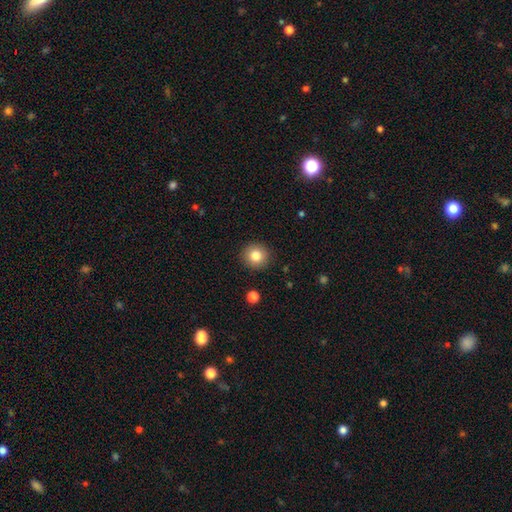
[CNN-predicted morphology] Smooth or featured? Predicted: smooth (p=0.82). How rounded? Predicted: round (p=0.93). Merging? Predicted: none (p=0.91).